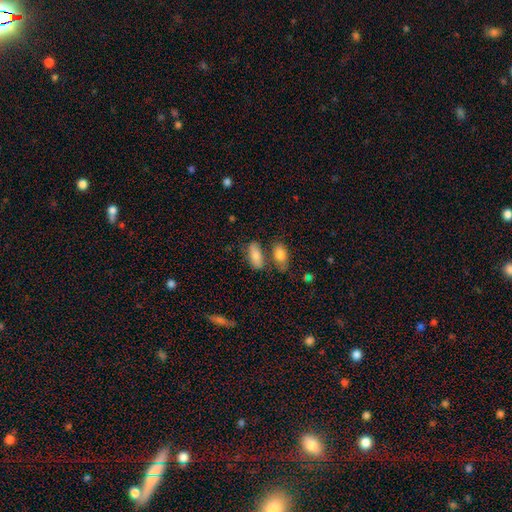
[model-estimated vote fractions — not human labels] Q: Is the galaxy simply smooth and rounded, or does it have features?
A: smooth — 80%.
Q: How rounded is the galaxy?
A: in between — 86%.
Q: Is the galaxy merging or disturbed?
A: none — 54%.